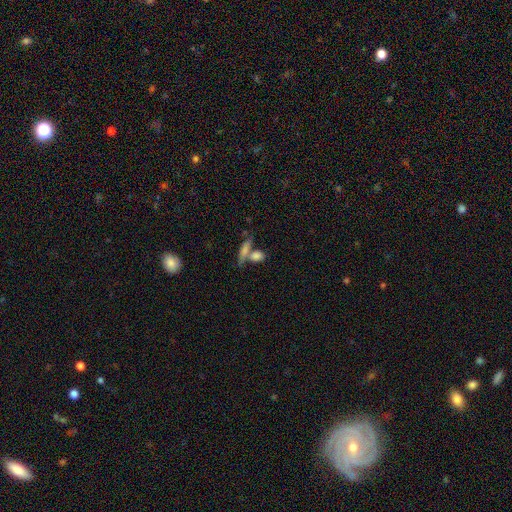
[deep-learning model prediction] This appears to be a smooth galaxy with no disk features (77%) that is in between round and cigar-shaped (60%). Merging: merger (44%).